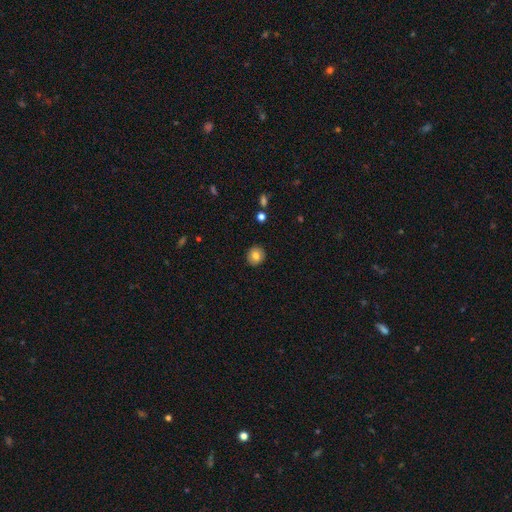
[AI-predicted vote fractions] This appears to be a smooth galaxy with no disk features (80%) that is round (90%). Merging: none (91%).